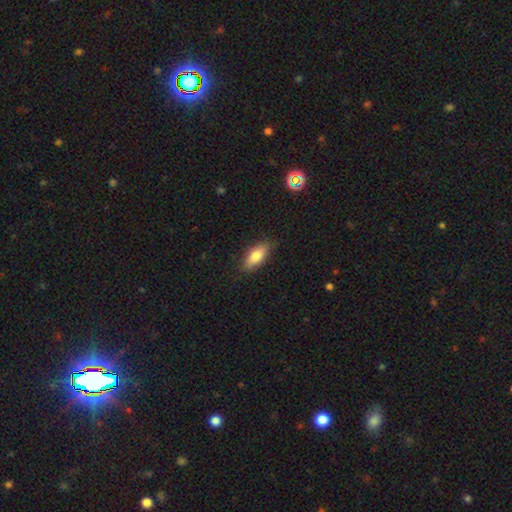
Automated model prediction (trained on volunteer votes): Smooth or featured? Predicted: smooth (p=0.77). How rounded? Predicted: in between (p=0.77). Merging? Predicted: none (p=0.85).